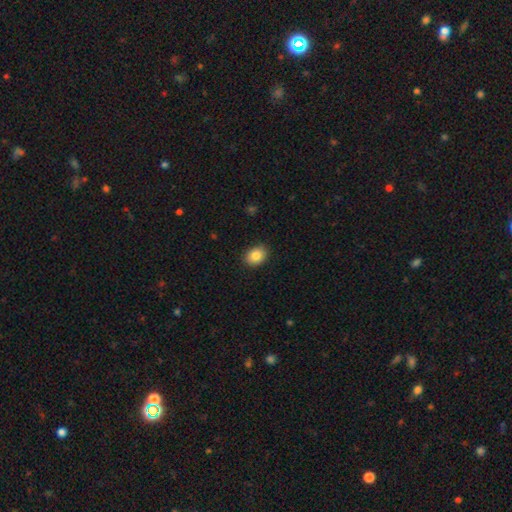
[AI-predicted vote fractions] Morphology: type=smooth (85%); roundness=in between (59%); merging=none (89%).